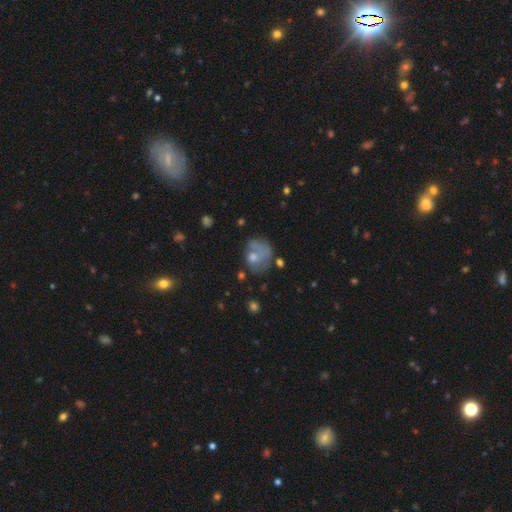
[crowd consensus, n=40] smooth_or_featured: smooth (p=0.62) [alt: featured or disk p=0.33]
how_rounded: round (p=0.56) [alt: in between p=0.44]
merging: major disturbance (p=0.53) [alt: minor disturbance p=0.26]